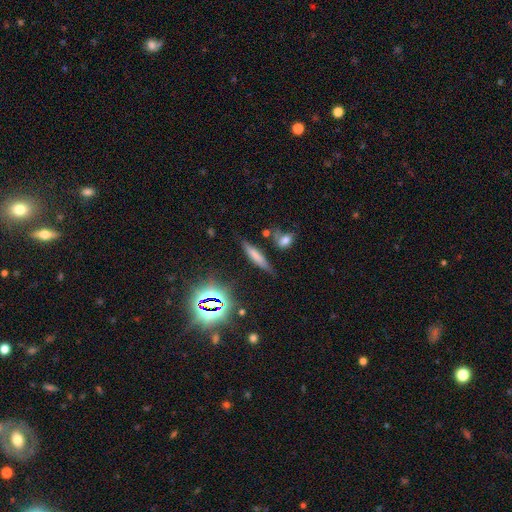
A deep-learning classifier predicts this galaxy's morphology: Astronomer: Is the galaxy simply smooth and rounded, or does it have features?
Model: smooth — 64%.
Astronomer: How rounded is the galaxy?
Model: cigar-shaped — 82%.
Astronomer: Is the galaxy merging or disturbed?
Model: none — 74%.